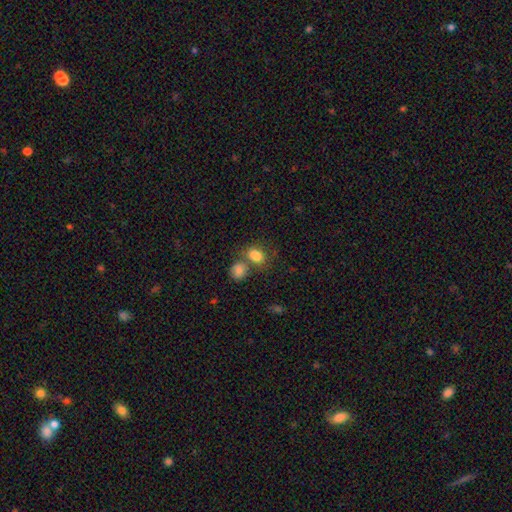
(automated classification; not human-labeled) smooth_or_featured: smooth (p=0.83) [alt: star or artifact p=0.10]
how_rounded: in between (p=0.70) [alt: round p=0.29]
merging: none (p=0.47) [alt: merger p=0.36]